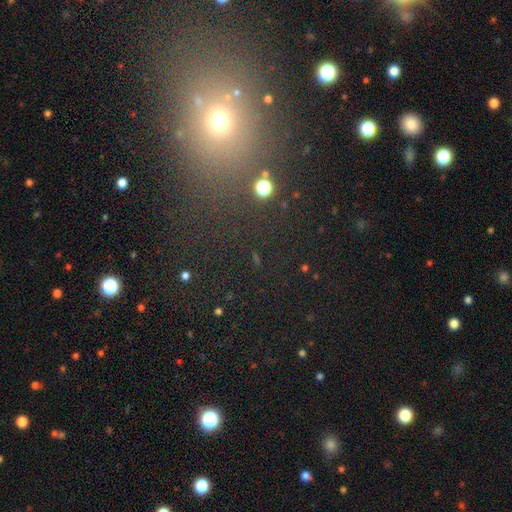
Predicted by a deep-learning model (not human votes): A star or artifact, not a galaxy (52%).